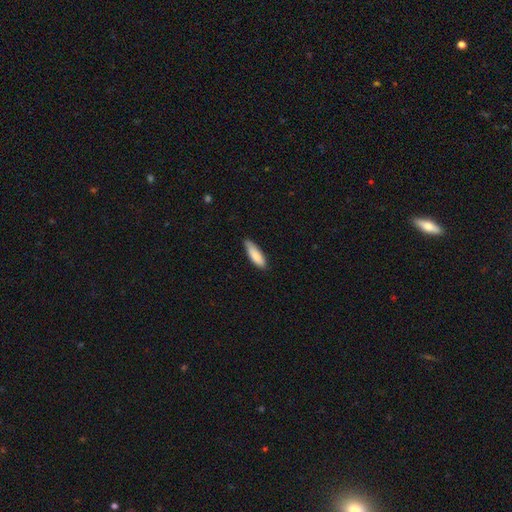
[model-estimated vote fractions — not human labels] Smooth or featured?
  - smooth: 84% *
  - featured or disk: 10%
  - star or artifact: 6%
How rounded?
  - cigar-shaped: 50% *
  - in between: 49%
  - round: 2%
Merging?
  - none: 73% *
  - minor disturbance: 23%
  - major disturbance: 3%
  - merger: 1%